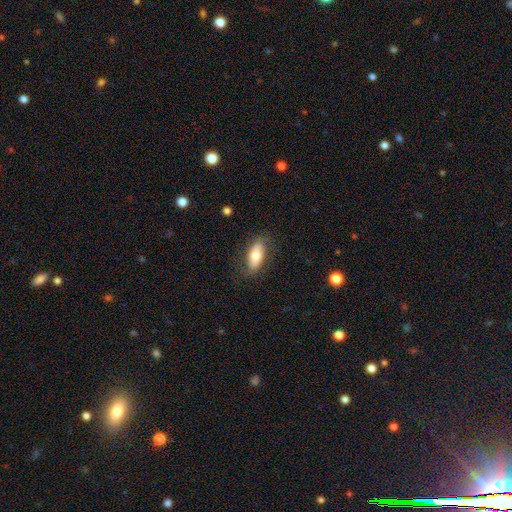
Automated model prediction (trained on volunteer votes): Q: Smooth or featured?
A: smooth (68%); runner-up: featured or disk (25%)
Q: How rounded?
A: in between (85%); runner-up: cigar-shaped (12%)
Q: Merging?
A: none (79%); runner-up: minor disturbance (15%)